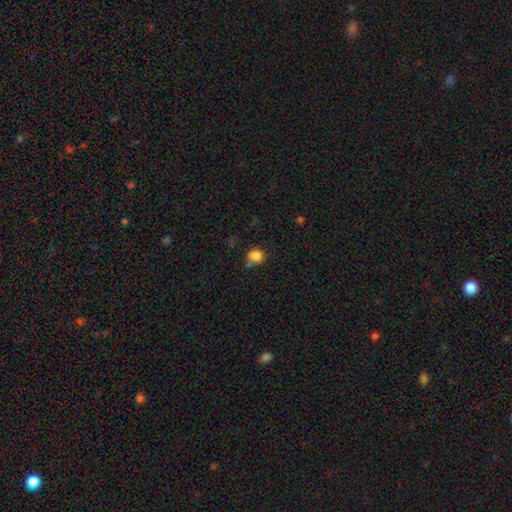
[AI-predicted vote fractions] Smooth or featured? Predicted: smooth (p=0.81). How rounded? Predicted: round (p=0.71). Merging? Predicted: none (p=0.50).